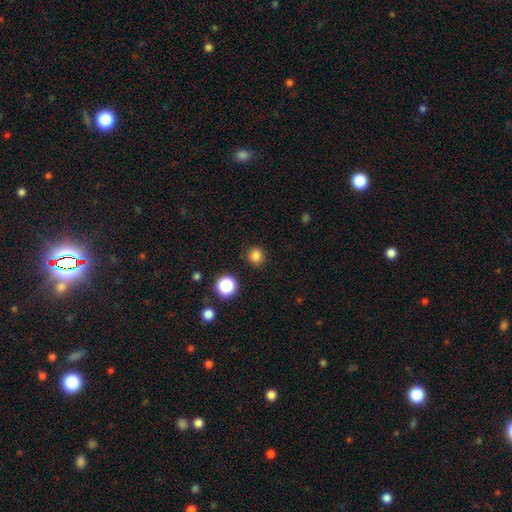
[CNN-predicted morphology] A smooth galaxy with no disk features (81%) that is round (86%). Merging: none (84%).